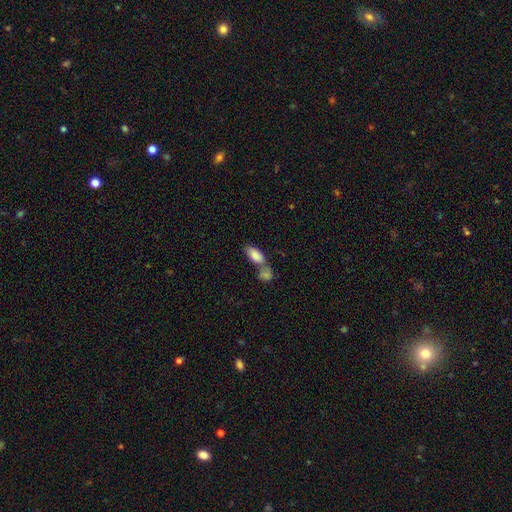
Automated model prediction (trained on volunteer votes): A smooth galaxy with no disk features (84%) that is in between round and cigar-shaped (90%).

Vote fractions:
- Smooth or featured? smooth: 84% / featured or disk: 9% / star or artifact: 7%
- How rounded? in between: 90% / cigar-shaped: 6% / round: 3%
- Merging? merger: 54% / none: 32% / minor disturbance: 10% / major disturbance: 5%